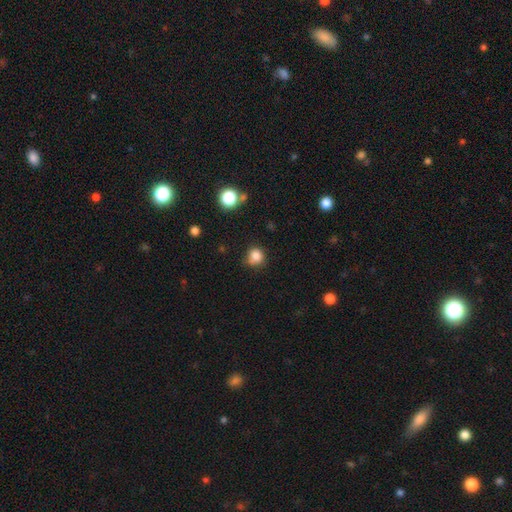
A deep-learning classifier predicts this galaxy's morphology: Smooth or featured? Predicted: smooth (p=0.83). How rounded? Predicted: round (p=0.86). Merging? Predicted: none (p=0.70).